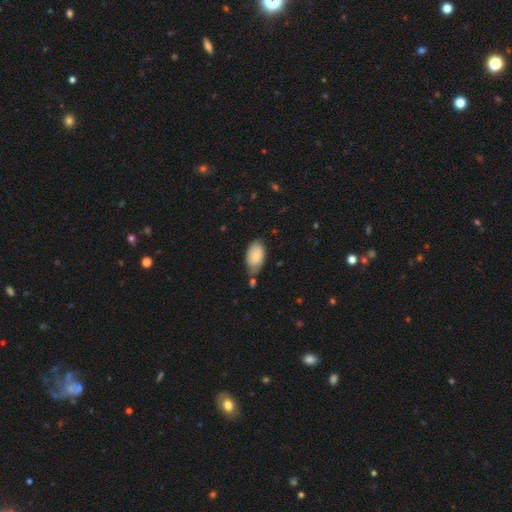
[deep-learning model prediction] The model was most divided on "merging": none: 55%, minor disturbance: 30%, merger: 8%, major disturbance: 7%. More confident: how rounded — in between (94%); smooth or featured — smooth (78%).